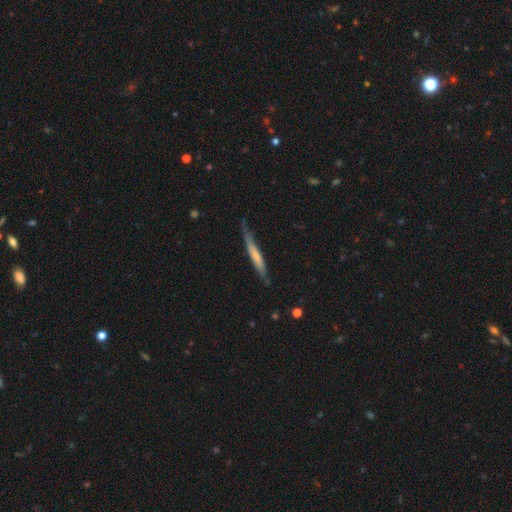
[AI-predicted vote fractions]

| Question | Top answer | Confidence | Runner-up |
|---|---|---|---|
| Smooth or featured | smooth | 54% | featured or disk (41%) |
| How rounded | cigar-shaped | 95% | in between (4%) |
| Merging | none | 65% | minor disturbance (27%) |